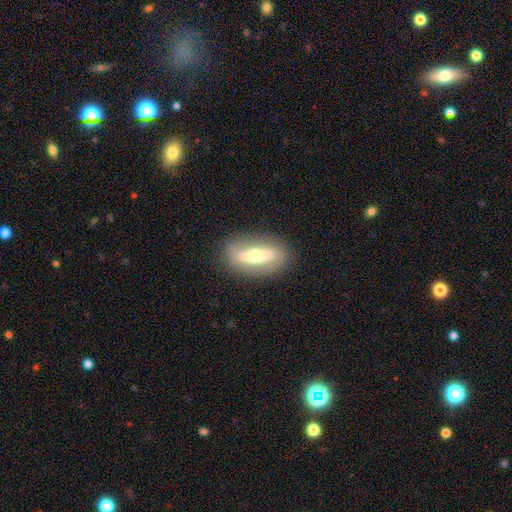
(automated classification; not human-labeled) featured or disk 54%, smooth 39%, star or artifact 7%. Down the decision tree: edge-on disk — no (71%); merging — none (84%).